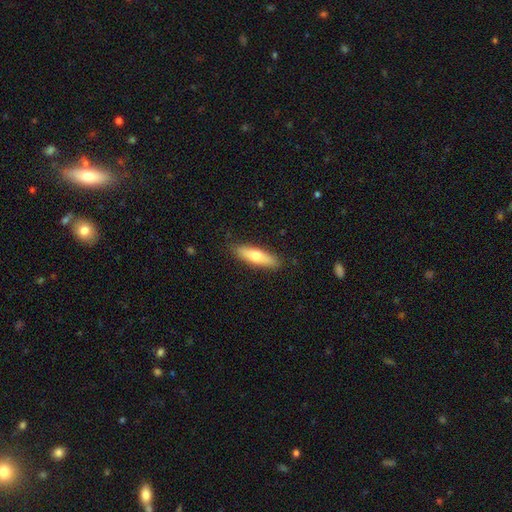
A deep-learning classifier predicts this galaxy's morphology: This is likely a smooth galaxy (65%). How rounded: likely cigar-shaped (68%). Merging: clearly none (87%).